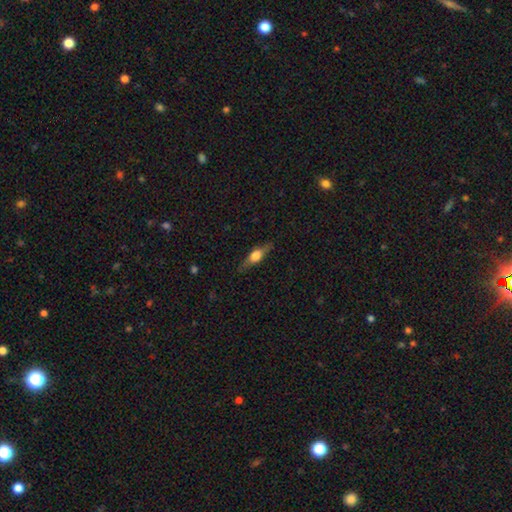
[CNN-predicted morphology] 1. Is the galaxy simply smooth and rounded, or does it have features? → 51% featured or disk, 42% smooth, 7% star or artifact.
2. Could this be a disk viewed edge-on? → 93% yes, 7% no.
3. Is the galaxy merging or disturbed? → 83% none, 13% minor disturbance, 3% major disturbance, 1% merger.